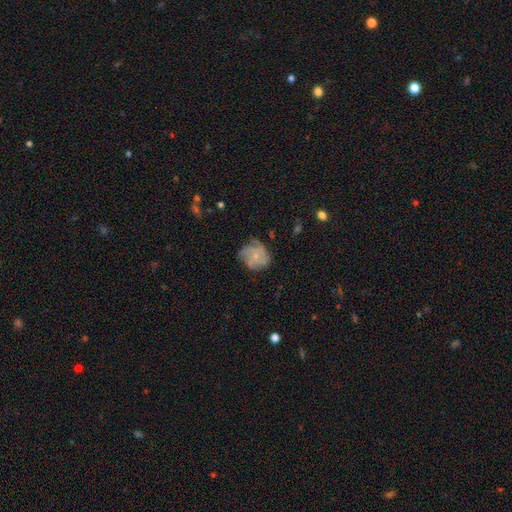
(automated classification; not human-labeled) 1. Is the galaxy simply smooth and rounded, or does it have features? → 49% featured or disk, 41% smooth, 10% star or artifact.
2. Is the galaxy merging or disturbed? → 54% none, 29% minor disturbance, 15% major disturbance, 2% merger.